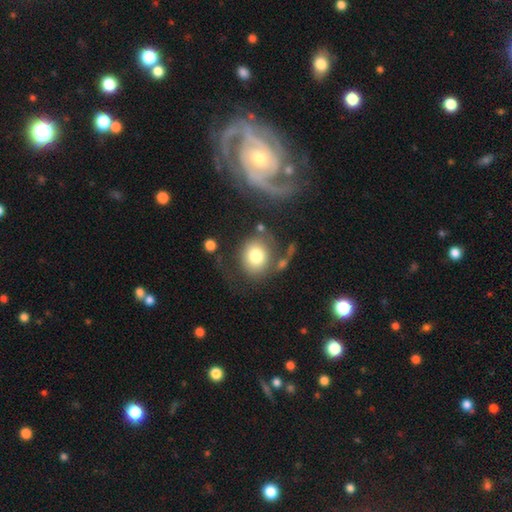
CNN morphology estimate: Overall: smooth (73%). How rounded: round (71%). Merging: none (53%; minor disturbance 18%).